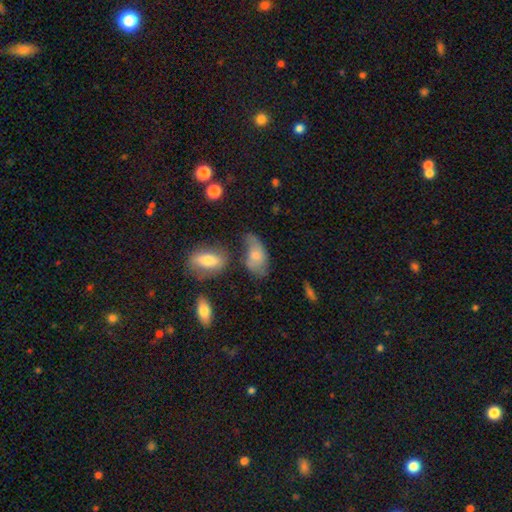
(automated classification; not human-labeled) Smooth or featured?
  - smooth: 63% *
  - featured or disk: 28%
  - star or artifact: 9%
How rounded?
  - in between: 91% *
  - round: 6%
  - cigar-shaped: 3%
Merging?
  - none: 36% *
  - minor disturbance: 31%
  - major disturbance: 18%
  - merger: 15%